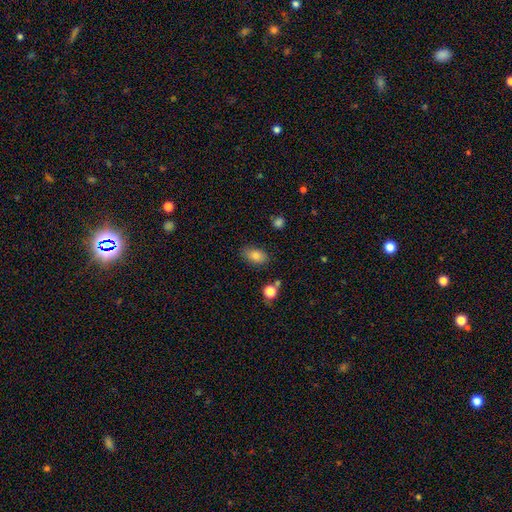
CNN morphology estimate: smooth 81%, featured or disk 10%, star or artifact 9%. Down the decision tree: how rounded — in between (87%); merging — none (81%).